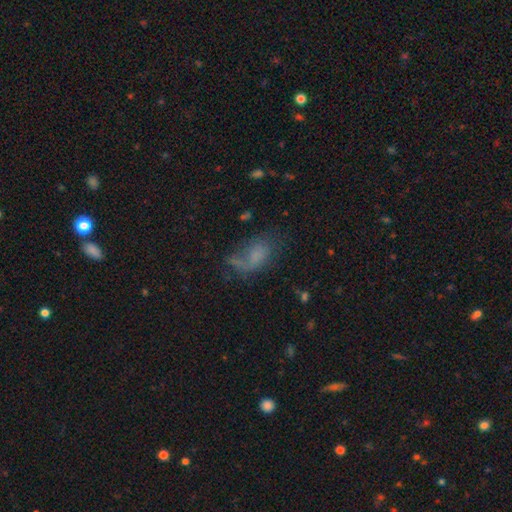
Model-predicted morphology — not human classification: A smooth galaxy with no disk features (54%) that is in between round and cigar-shaped (87%). Merging: major disturbance (37%).